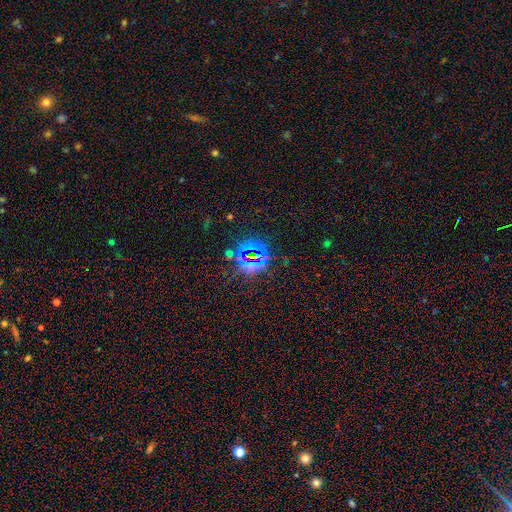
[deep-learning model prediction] Smooth or featured? Predicted: star or artifact (p=0.76).